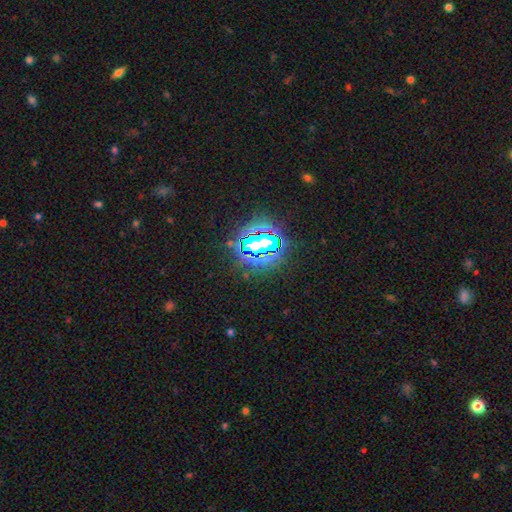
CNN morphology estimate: smooth_or_featured: star or artifact (p=0.81) [alt: smooth p=0.12]